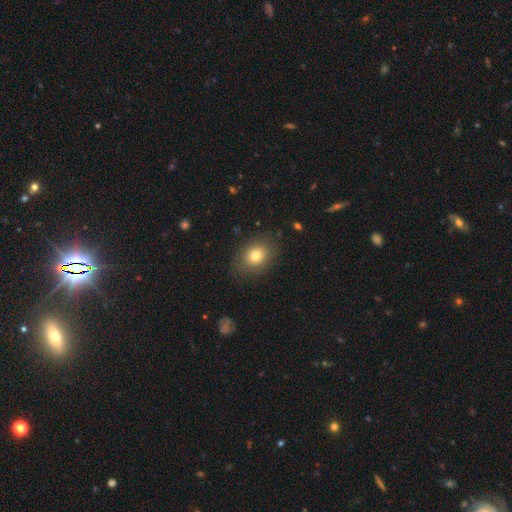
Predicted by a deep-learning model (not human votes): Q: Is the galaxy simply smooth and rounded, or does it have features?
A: smooth — 78%.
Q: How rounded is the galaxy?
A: in between — 56%.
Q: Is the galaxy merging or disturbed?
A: none — 84%.